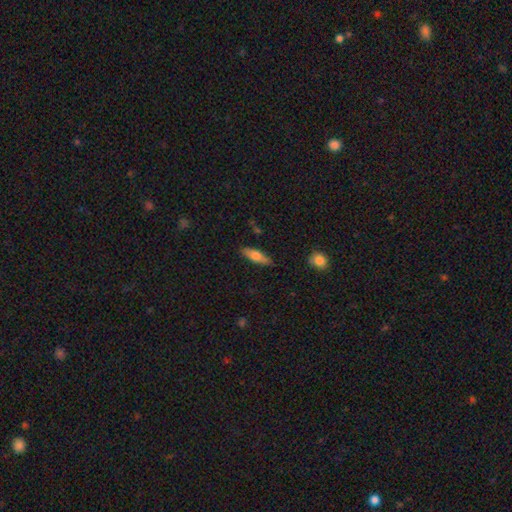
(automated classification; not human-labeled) This appears to be a smooth galaxy with no disk features (64%) that is cigar-shaped (53%). Merging: none (85%).